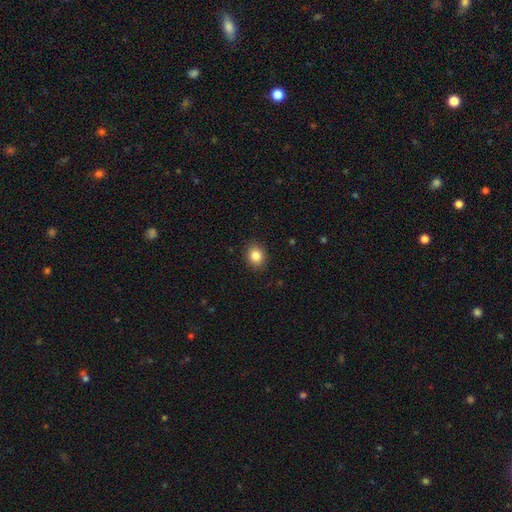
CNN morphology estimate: smooth_or_featured: smooth (p=0.85) [alt: star or artifact p=0.10]
how_rounded: round (p=0.61) [alt: in between p=0.38]
merging: none (p=0.89) [alt: minor disturbance p=0.08]